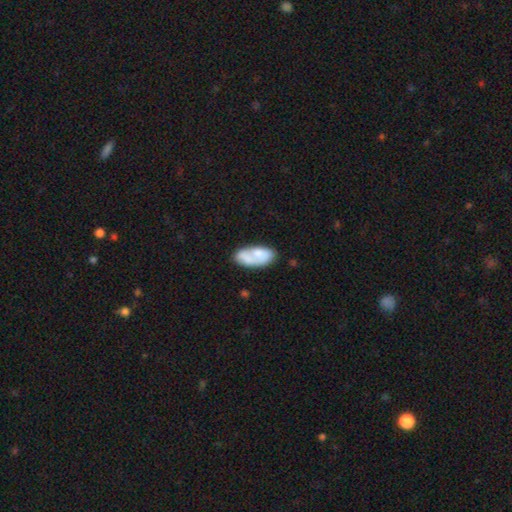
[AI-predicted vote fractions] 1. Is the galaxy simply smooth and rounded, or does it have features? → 66% smooth, 28% featured or disk, 6% star or artifact.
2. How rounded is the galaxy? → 90% in between, 7% cigar-shaped, 3% round.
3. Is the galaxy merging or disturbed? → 50% none, 21% minor disturbance, 20% merger, 9% major disturbance.